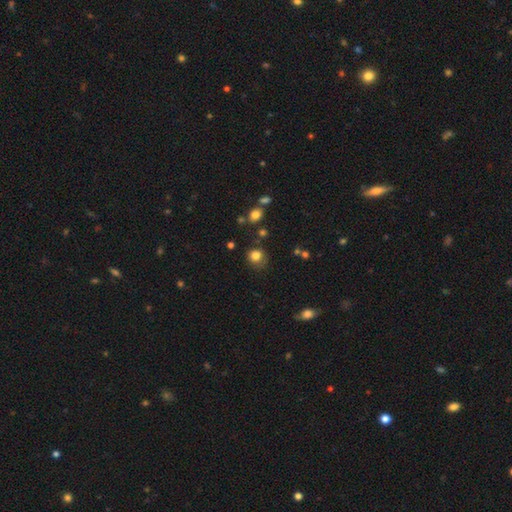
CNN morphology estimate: smooth 82%, star or artifact 12%, featured or disk 6%. Down the decision tree: how rounded — round (83%); merging — none (75%).